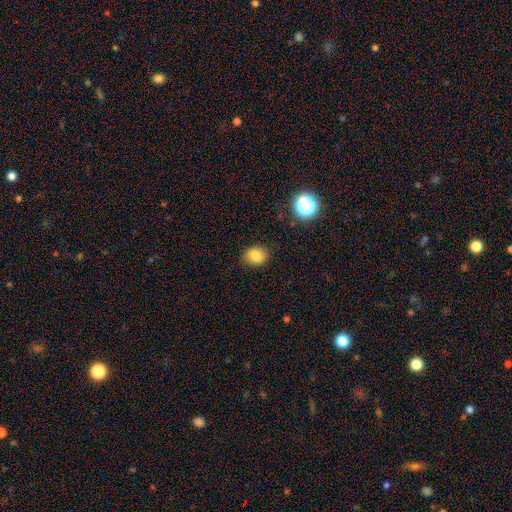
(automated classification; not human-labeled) smooth_or_featured: smooth (p=0.82) [alt: star or artifact p=0.12]
how_rounded: round (p=0.57) [alt: in between p=0.43]
merging: none (p=0.80) [alt: minor disturbance p=0.15]